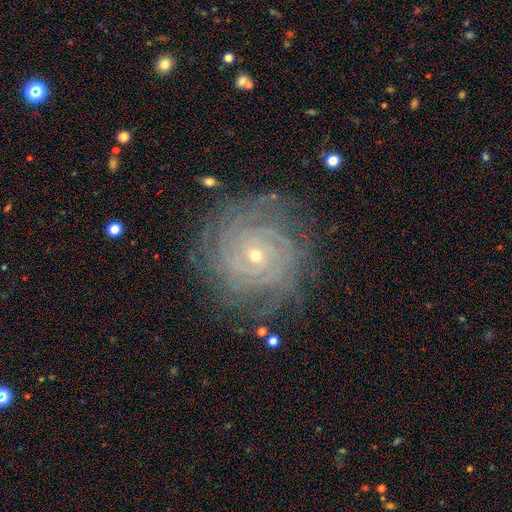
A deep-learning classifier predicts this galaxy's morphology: Overall: featured or disk (88%). Edge-on disk: no (97%). Bar: no (71%). Spiral arms: yes (98%). Spiral arm count: 4 (23%, tied with can't tell). Spiral winding: tight (85%). Bulge size: small (69%). Merging: none (77%).